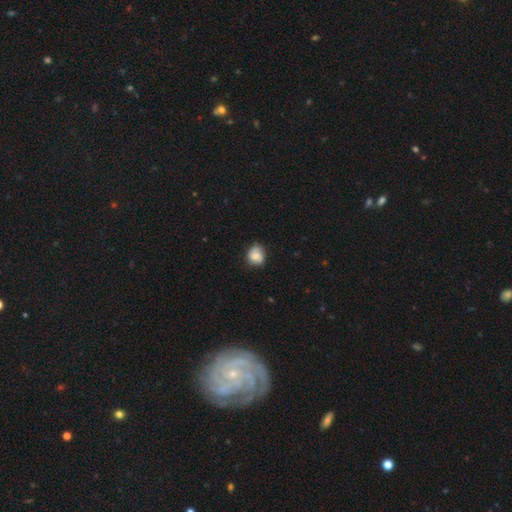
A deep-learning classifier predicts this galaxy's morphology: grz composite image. It shows a smooth galaxy with no disk features (79%) that is round (69%). Merging: none (66%).